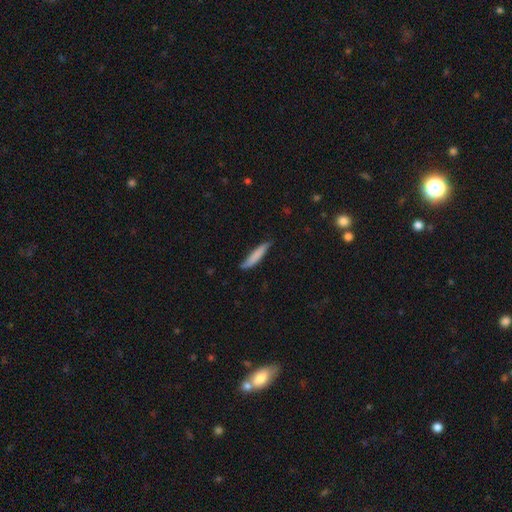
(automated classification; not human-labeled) This appears to be a smooth galaxy with no disk features (77%) that is cigar-shaped (89%). Merging: none (71%).